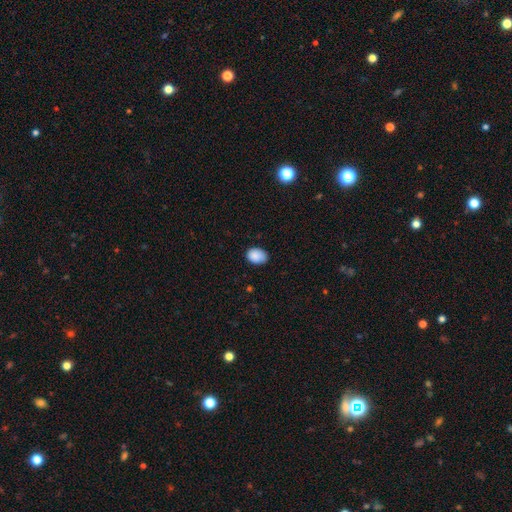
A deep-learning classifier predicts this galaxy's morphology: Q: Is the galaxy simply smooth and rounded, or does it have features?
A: smooth — 89%.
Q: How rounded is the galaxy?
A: in between — 73%.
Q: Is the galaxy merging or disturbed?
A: none — 78%.